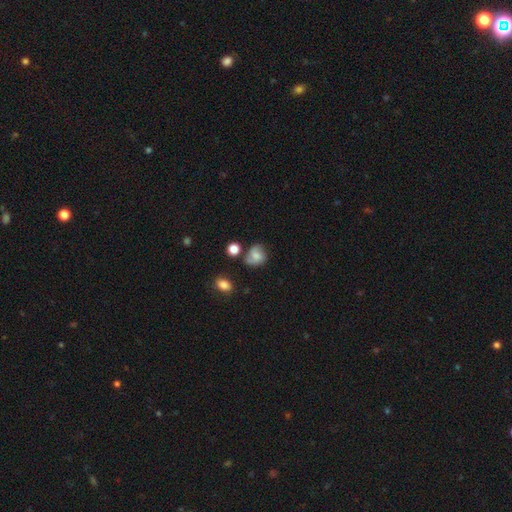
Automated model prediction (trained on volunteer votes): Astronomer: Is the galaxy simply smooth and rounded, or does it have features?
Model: smooth — 65%.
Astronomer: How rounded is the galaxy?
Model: round — 61% (runner-up: in between, 38%).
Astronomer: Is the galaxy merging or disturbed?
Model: none — 53%.